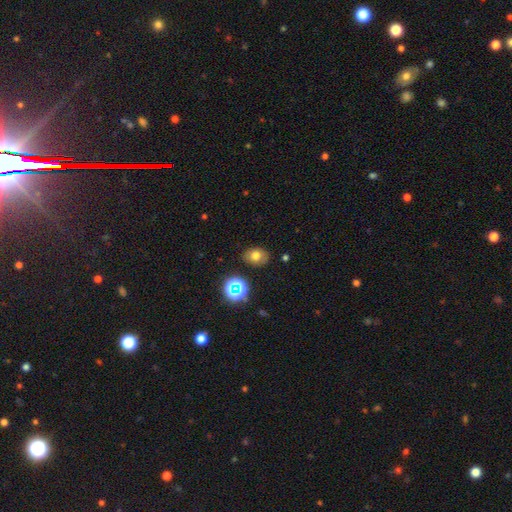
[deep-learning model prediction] This appears to be a smooth galaxy with no disk features (69%) that is in between round and cigar-shaped (66%). Merging: none (82%).